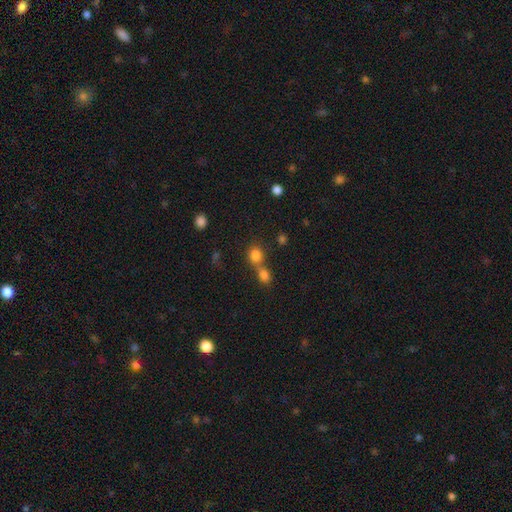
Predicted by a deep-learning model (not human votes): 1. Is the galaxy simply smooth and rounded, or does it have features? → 81% smooth, 13% star or artifact, 6% featured or disk.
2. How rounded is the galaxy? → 79% round, 19% in between, 1% cigar-shaped.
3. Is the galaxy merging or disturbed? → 46% merger, 44% none, 7% minor disturbance, 3% major disturbance.